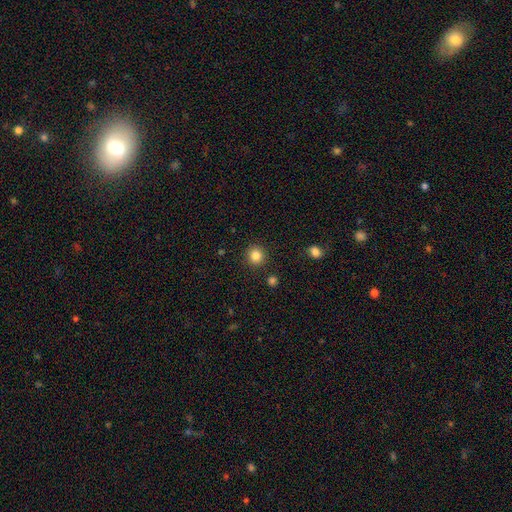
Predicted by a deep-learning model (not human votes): A smooth galaxy with no disk features (84%) that is round (93%).

Vote fractions:
- Smooth or featured? smooth: 84% / star or artifact: 11% / featured or disk: 5%
- How rounded? round: 93% / in between: 7% / cigar-shaped: 1%
- Merging? none: 91% / minor disturbance: 5% / major disturbance: 2% / merger: 2%